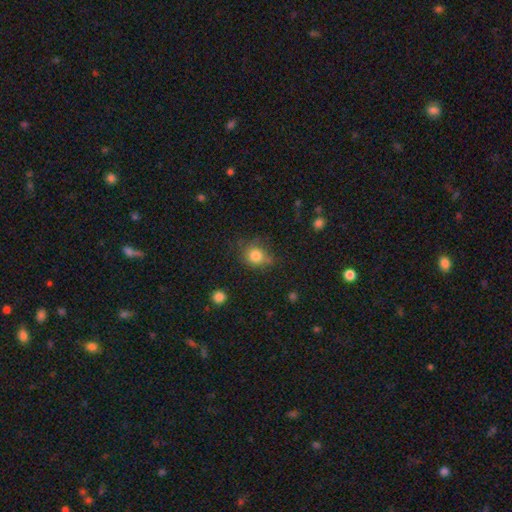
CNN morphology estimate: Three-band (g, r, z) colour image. It shows a smooth galaxy with no disk features (80%) that is round (76%). Merging: none (69%).